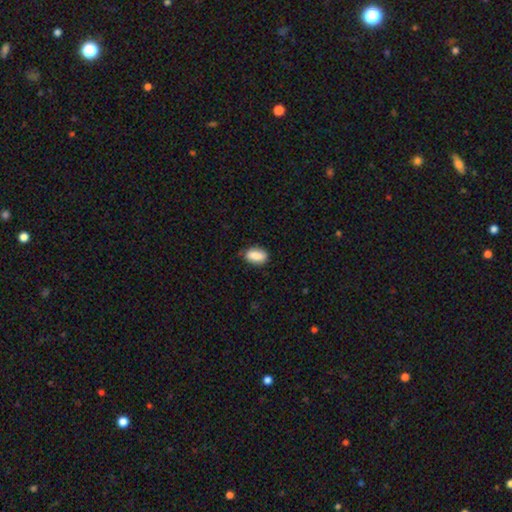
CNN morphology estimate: smooth-or-featured: smooth: 85% | featured or disk: 8% | star or artifact: 7%
  how-rounded: in between: 90% | round: 7% | cigar-shaped: 3%
  merging: none: 77% | minor disturbance: 19% | major disturbance: 3% | merger: 1%